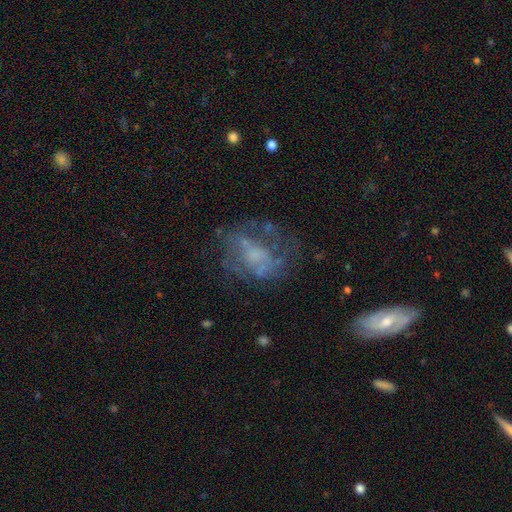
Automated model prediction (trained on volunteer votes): This is possibly a featured or disk galaxy (57%). It is clearly not viewed edge-on (96%). Bar: likely no (75%). Spiral arm pattern: likely no (62%). Central bulge: possibly none (46%). Merging: possibly none (50%).